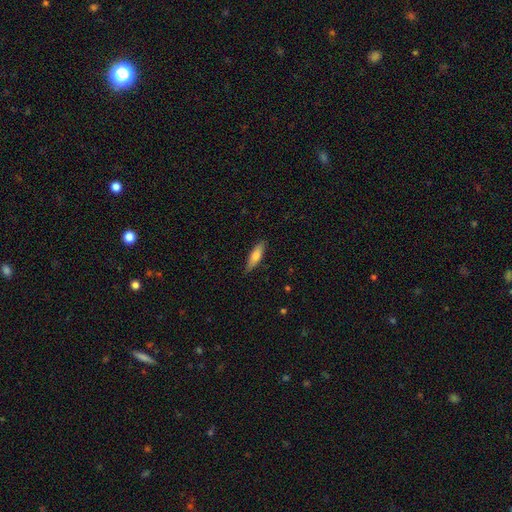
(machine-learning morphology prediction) Smooth or featured? Predicted: smooth (p=0.70). How rounded? Predicted: cigar-shaped (p=0.62). Merging? Predicted: none (p=0.84).